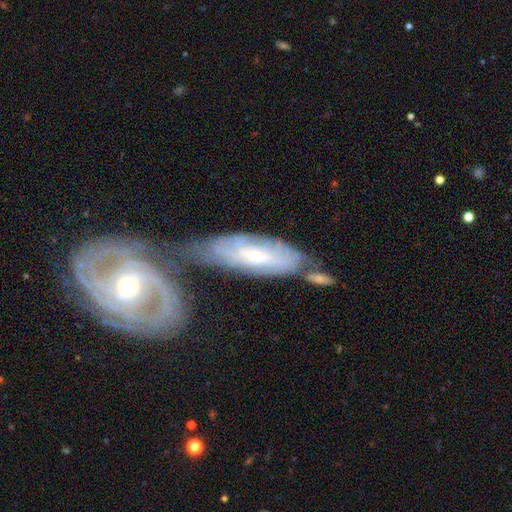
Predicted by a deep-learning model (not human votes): Smooth or featured? Predicted: featured or disk (p=0.68). Edge-on disk? Predicted: no (p=0.84). Bar? Predicted: no (p=0.59). Spiral arms? Predicted: yes (p=0.83). Bulge size? Predicted: small (p=0.53). Merging? Predicted: merger (p=0.38).